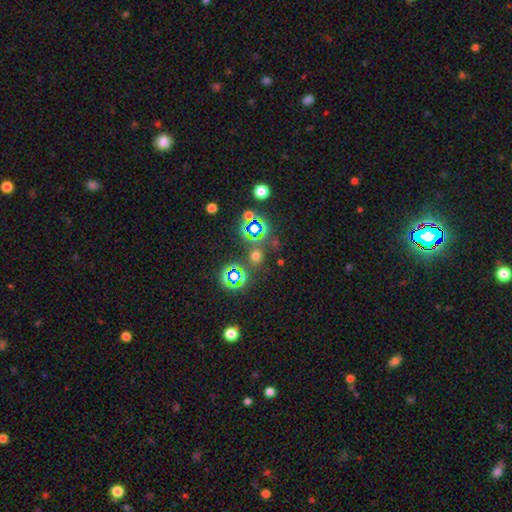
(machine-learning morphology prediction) A star or artifact, not a galaxy (48%).

Vote fractions:
- Smooth or featured? star or artifact: 48% / smooth: 44% / featured or disk: 7%